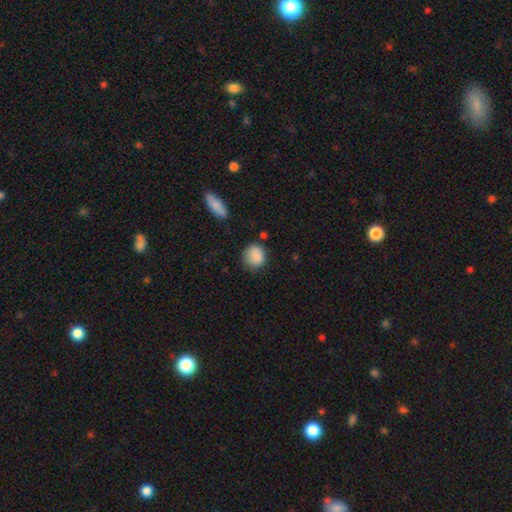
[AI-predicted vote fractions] Morphology: type=smooth (87%); roundness=round (77%); merging=none (71%).